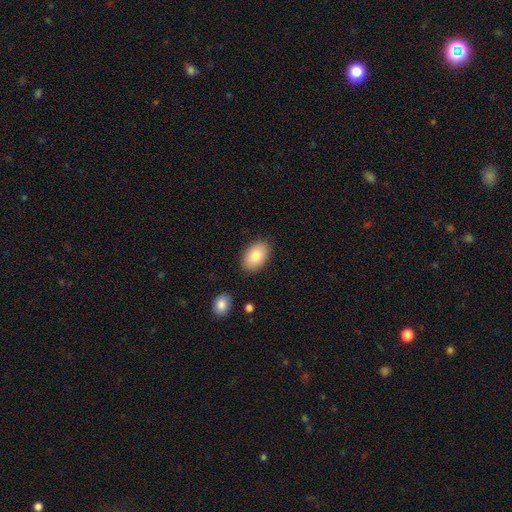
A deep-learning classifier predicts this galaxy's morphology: smooth_or_featured: smooth (p=0.84) [alt: featured or disk p=0.09]
how_rounded: in between (p=0.91) [alt: round p=0.08]
merging: none (p=0.86) [alt: minor disturbance p=0.10]